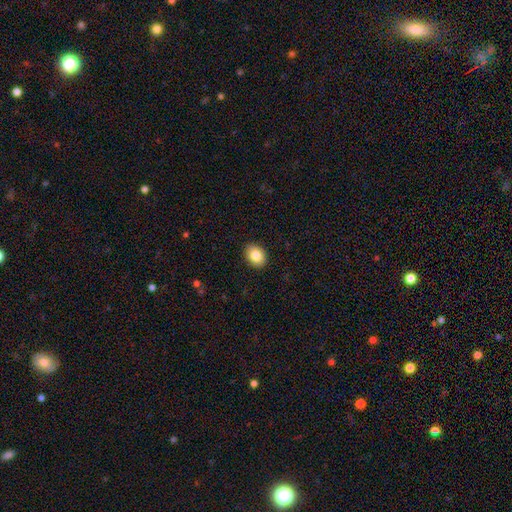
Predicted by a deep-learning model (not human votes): Q: Smooth or featured?
A: smooth (84%); runner-up: star or artifact (8%)
Q: How rounded?
A: in between (68%); runner-up: round (31%)
Q: Merging?
A: none (91%); runner-up: minor disturbance (7%)